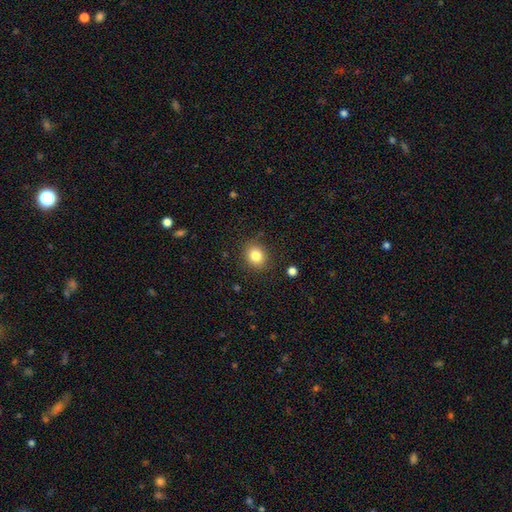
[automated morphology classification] smooth 82%, star or artifact 11%, featured or disk 7%. Down the decision tree: how rounded — round (74%); merging — none (87%).